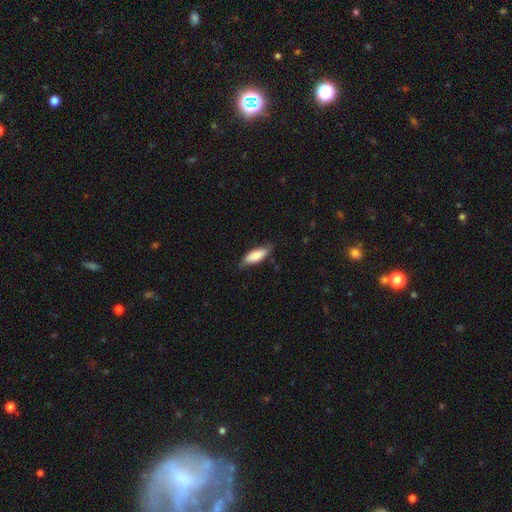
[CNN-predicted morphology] Overall: smooth (80%). How rounded: in between (67%; cigar-shaped 31%). Merging: none (74%).